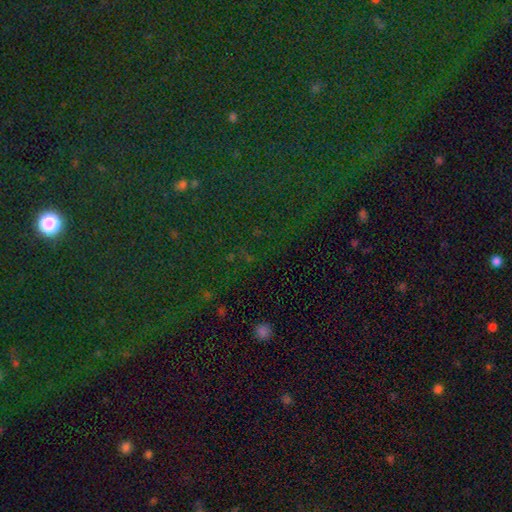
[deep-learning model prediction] Overall: star or artifact (79%).